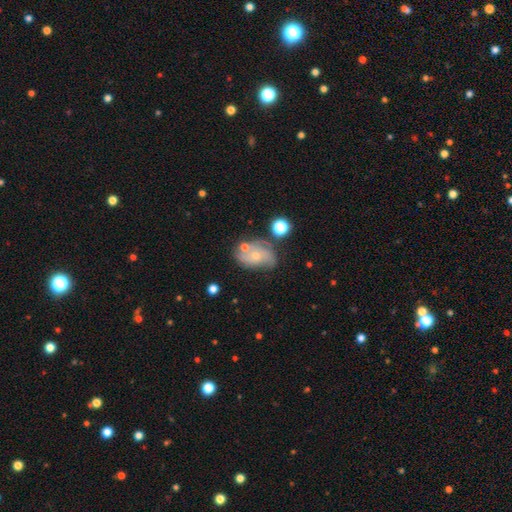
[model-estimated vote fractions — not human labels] Smooth or featured? featured or disk (59%)
Edge-on disk? no (96%)
Bar? no (78%)
Spiral arms? yes (75%)
Bulge size? small (69%)
Merging? none (47%)